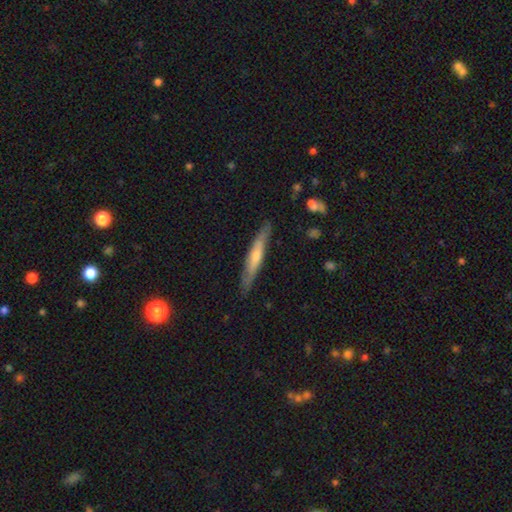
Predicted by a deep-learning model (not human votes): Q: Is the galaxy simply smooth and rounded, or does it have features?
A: featured or disk — 48%.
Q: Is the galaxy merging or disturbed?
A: none — 85%.